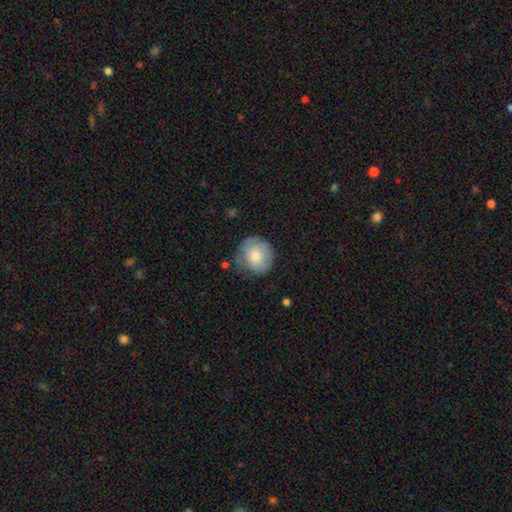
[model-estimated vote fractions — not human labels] smooth-or-featured: smooth: 72% | featured or disk: 21% | star or artifact: 7%
  how-rounded: round: 85% | in between: 14% | cigar-shaped: 1%
  merging: none: 68% | minor disturbance: 23% | major disturbance: 7% | merger: 2%